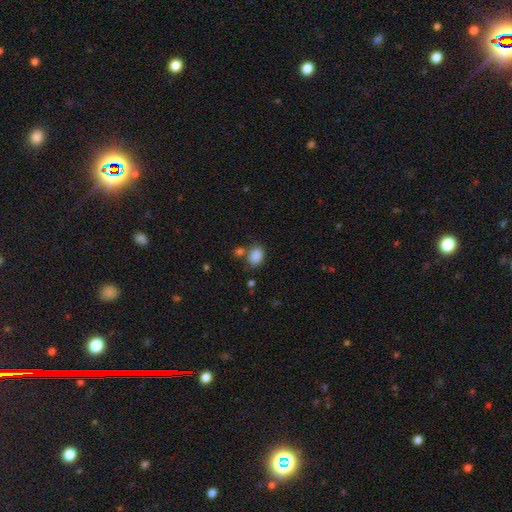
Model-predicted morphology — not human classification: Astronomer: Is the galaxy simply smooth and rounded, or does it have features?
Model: smooth — 87%.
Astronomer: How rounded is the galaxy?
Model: in between — 75%.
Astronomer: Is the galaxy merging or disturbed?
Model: none — 64%.